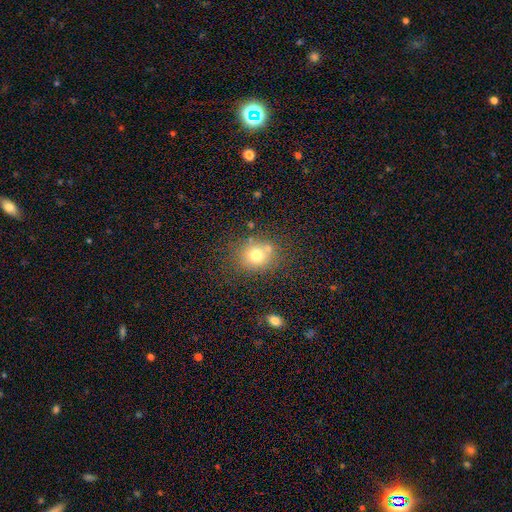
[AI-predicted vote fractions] A smooth galaxy with no disk features (72%) that is round (72%). Merging: none (68%).